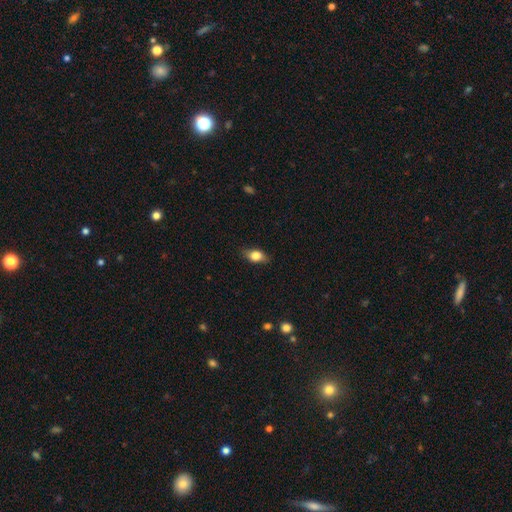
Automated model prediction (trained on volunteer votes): This is likely a smooth galaxy (72%). How rounded: likely in between (78%). Merging: clearly none (82%).